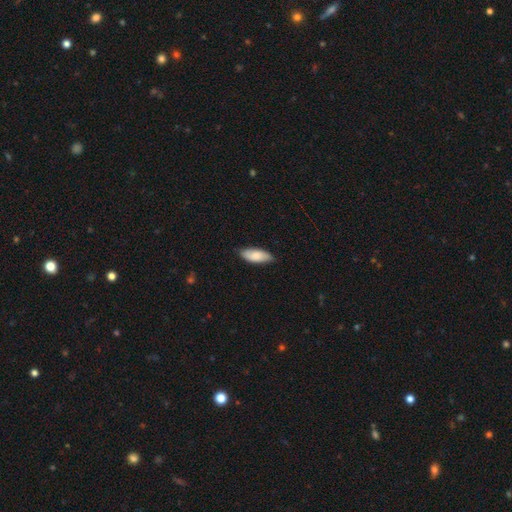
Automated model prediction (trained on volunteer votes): Morphology: type=smooth (81%); roundness=in between (78%); merging=none (82%).